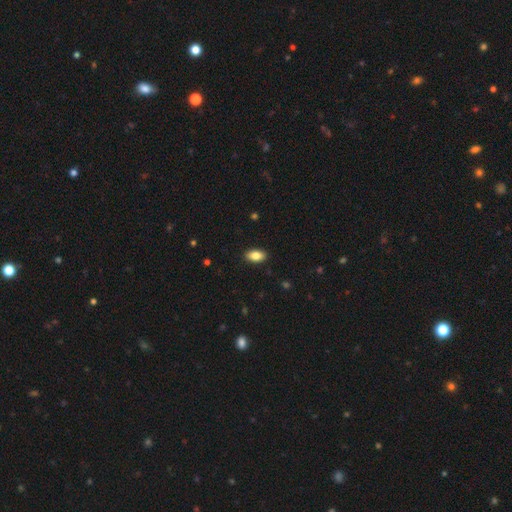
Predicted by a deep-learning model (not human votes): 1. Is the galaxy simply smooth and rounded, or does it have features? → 84% smooth, 8% featured or disk, 7% star or artifact.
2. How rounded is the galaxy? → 92% in between, 5% round, 4% cigar-shaped.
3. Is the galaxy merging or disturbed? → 90% none, 8% minor disturbance, 2% major disturbance, 1% merger.